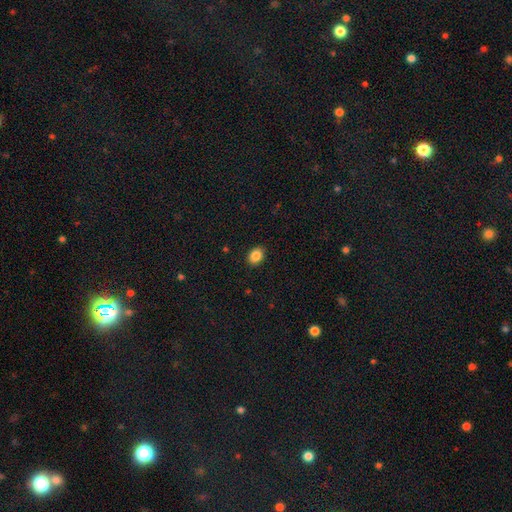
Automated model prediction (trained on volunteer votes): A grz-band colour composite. It shows a smooth galaxy with no disk features (86%) that is in between round and cigar-shaped (65%). Merging: none (90%).